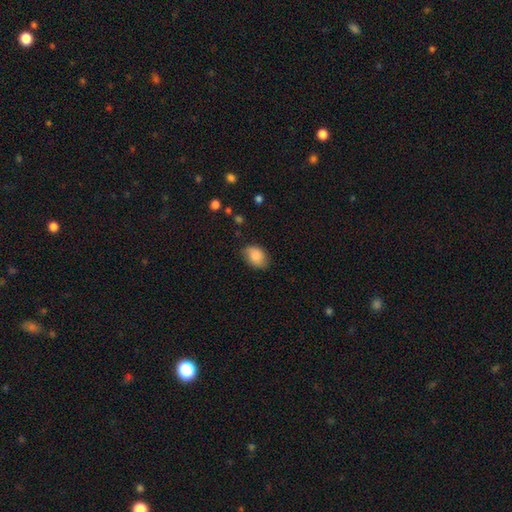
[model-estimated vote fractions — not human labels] smooth 84%, featured or disk 8%, star or artifact 7%. Down the decision tree: how rounded — in between (81%); merging — none (74%).